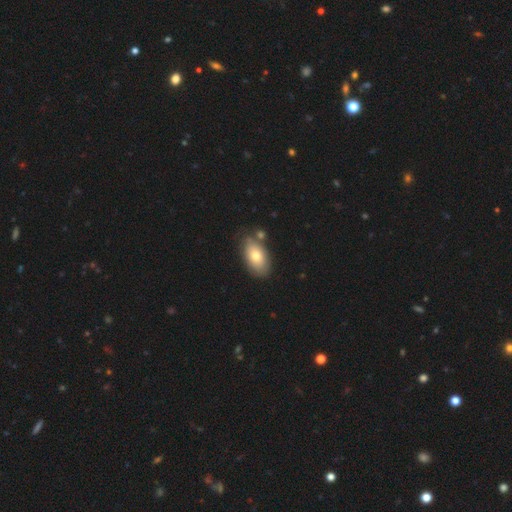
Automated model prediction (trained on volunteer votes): This is likely a smooth galaxy (74%). How rounded: clearly in between (92%). Merging: likely none (73%).